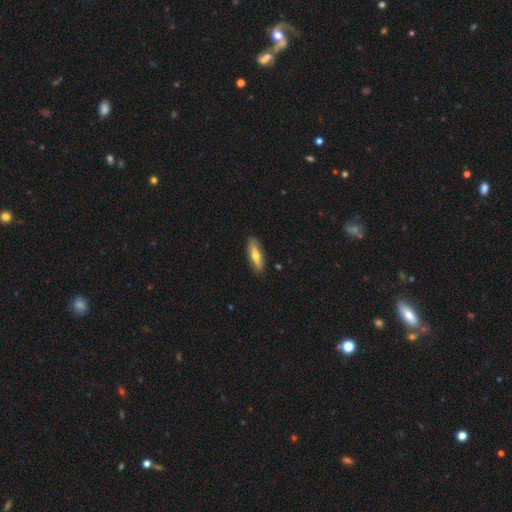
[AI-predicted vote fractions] smooth-or-featured: smooth: 58% | featured or disk: 37% | star or artifact: 6%
  how-rounded: cigar-shaped: 55% | in between: 43% | round: 2%
  merging: none: 87% | minor disturbance: 10% | major disturbance: 2% | merger: 1%